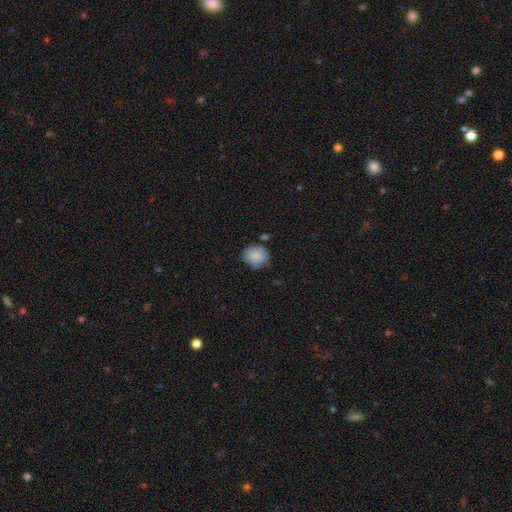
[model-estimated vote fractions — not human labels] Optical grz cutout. It shows a smooth galaxy with no disk features (84%) that is round (68%). Merging: none (67%).